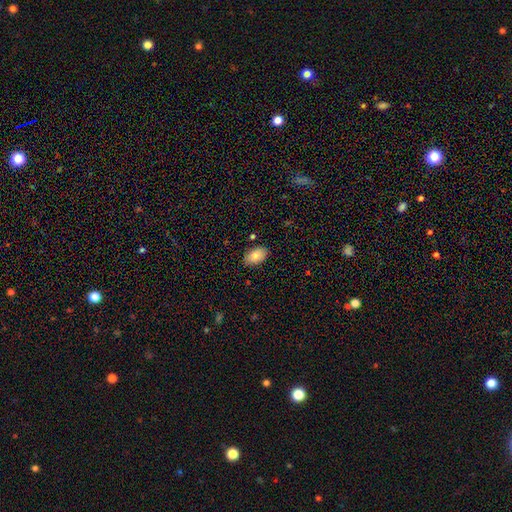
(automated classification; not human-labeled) smooth 86%, featured or disk 8%, star or artifact 7%. Down the decision tree: how rounded — in between (93%); merging — none (86%).